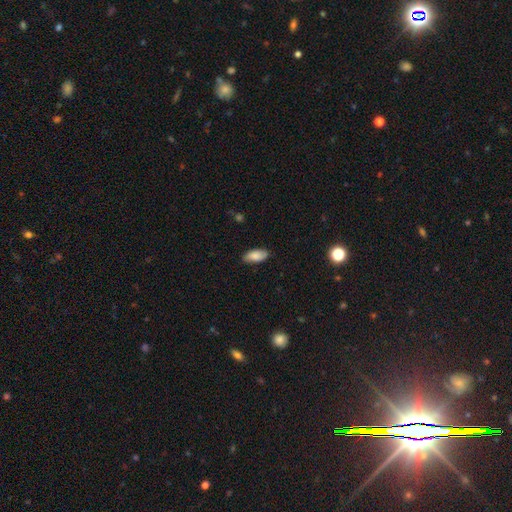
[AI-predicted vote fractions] Smooth or featured: smooth — 81% (featured or disk — 12%)
How rounded: in between — 91% (cigar-shaped — 7%)
Merging: none — 81% (minor disturbance — 15%)